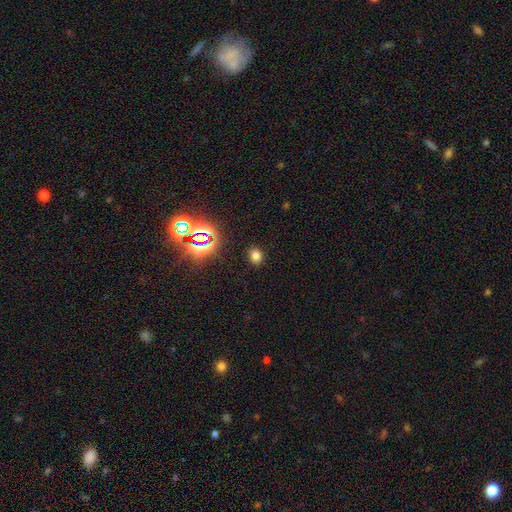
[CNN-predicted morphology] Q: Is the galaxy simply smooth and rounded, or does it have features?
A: smooth — 73%.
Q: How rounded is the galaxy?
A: round — 51%.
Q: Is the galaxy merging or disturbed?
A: none — 88%.